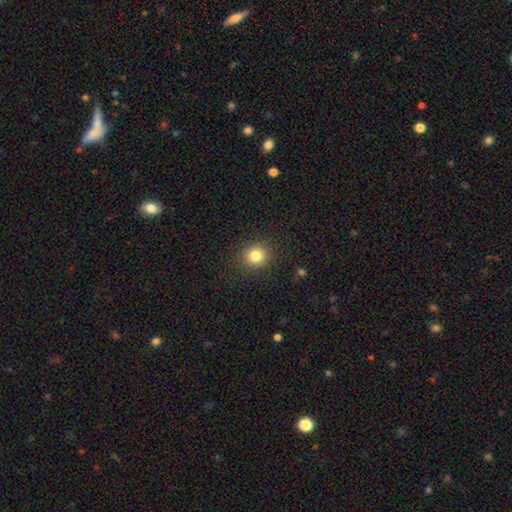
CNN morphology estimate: type=smooth (83%); roundness=round (82%); merging=none (89%).